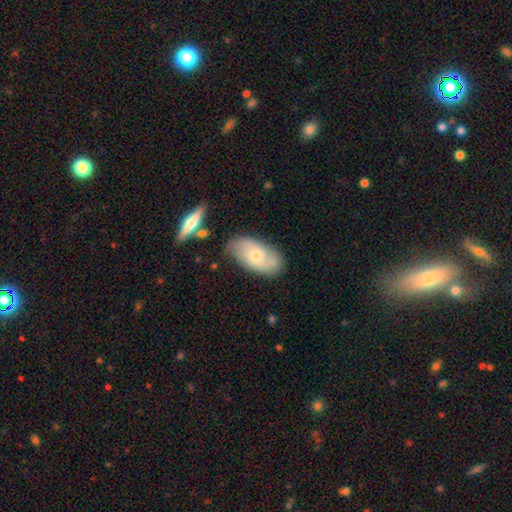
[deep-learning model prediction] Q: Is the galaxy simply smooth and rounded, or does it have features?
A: featured or disk — 59%.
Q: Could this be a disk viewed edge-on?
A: no — 91%.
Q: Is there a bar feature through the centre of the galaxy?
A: no — 70%.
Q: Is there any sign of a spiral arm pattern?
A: yes — 87%.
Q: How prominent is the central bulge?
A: small — 56%.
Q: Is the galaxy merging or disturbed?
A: none — 74%.